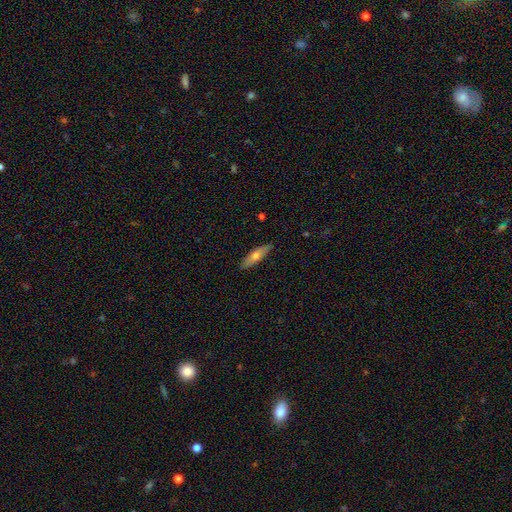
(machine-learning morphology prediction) A smooth galaxy with no disk features (53%) that is cigar-shaped (68%). Merging: none (89%).